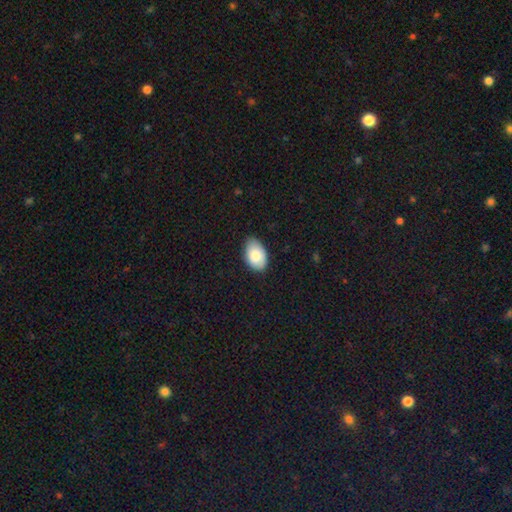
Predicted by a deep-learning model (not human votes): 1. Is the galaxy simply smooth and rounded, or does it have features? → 85% smooth, 9% featured or disk, 6% star or artifact.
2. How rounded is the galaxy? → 92% in between, 7% round, 1% cigar-shaped.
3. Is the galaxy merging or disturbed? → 75% none, 21% minor disturbance, 3% major disturbance, 1% merger.